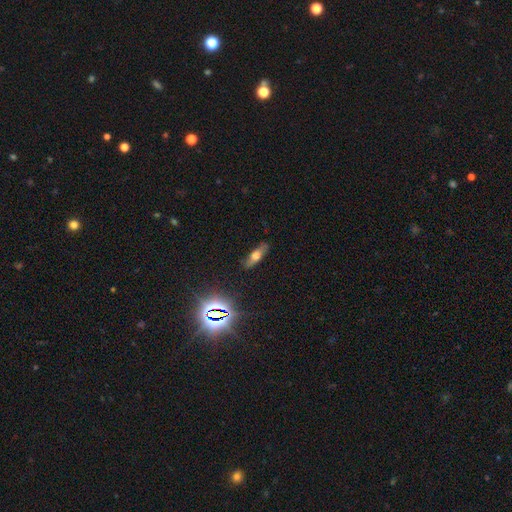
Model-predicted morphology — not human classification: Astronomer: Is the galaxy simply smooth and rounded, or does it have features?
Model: smooth — 47% (runner-up: featured or disk, 38%).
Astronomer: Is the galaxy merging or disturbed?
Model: none — 83%.